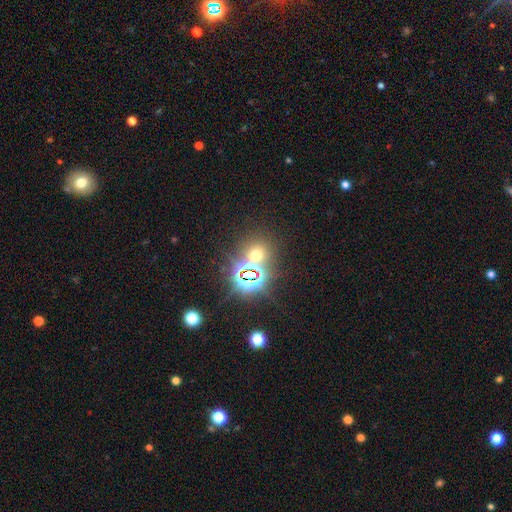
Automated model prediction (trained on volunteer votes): Q: Smooth or featured?
A: star or artifact (54%); runner-up: smooth (38%)